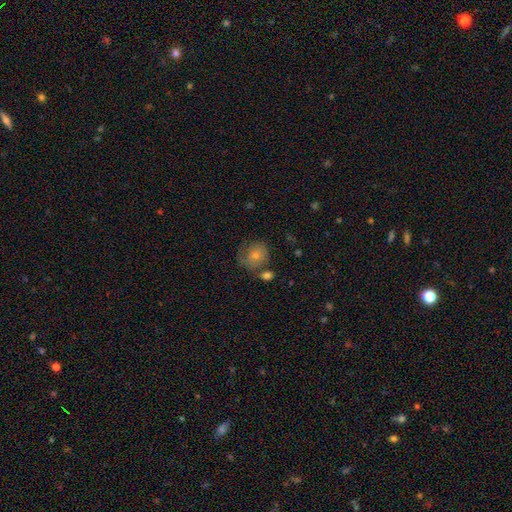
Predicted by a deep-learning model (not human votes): A smooth galaxy with no disk features (72%) that is round (75%).

Vote fractions:
- Smooth or featured? smooth: 72% / featured or disk: 20% / star or artifact: 8%
- How rounded? round: 75% / in between: 24% / cigar-shaped: 1%
- Merging? none: 50% / minor disturbance: 23% / merger: 14% / major disturbance: 12%